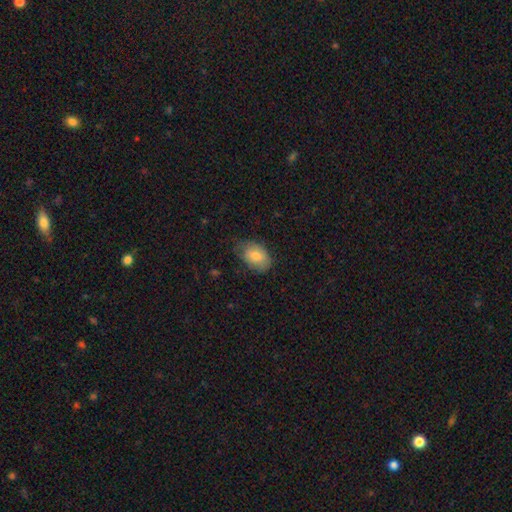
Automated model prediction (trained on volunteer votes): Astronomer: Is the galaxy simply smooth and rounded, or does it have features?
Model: smooth — 79%.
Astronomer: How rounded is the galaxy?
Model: in between — 85%.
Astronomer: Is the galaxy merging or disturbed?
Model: none — 60%.